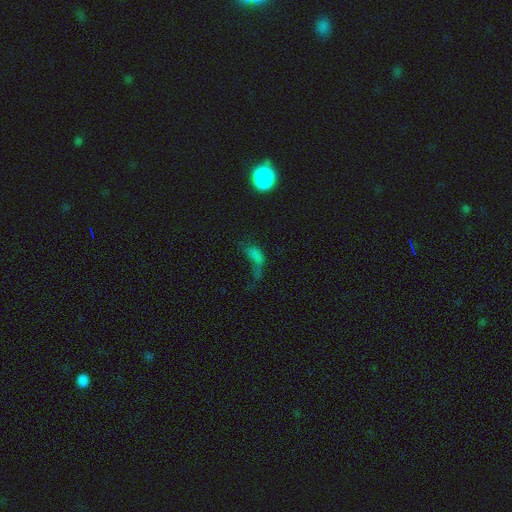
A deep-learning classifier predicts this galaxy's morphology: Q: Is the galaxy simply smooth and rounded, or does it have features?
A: smooth — 57%.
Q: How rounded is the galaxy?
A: in between — 77%.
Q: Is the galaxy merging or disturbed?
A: major disturbance — 45%.